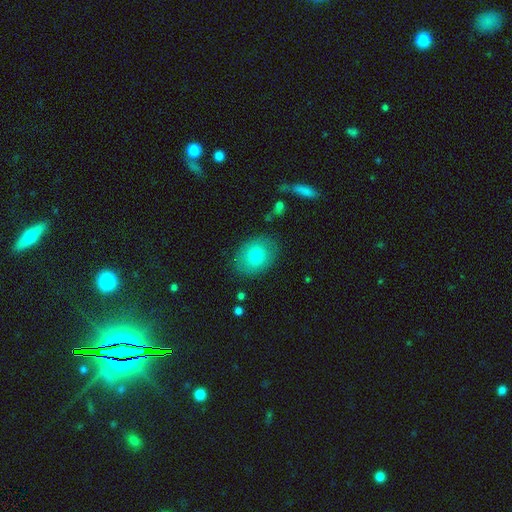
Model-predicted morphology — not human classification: type=smooth (75%); roundness=in between (66%); merging=none (83%).